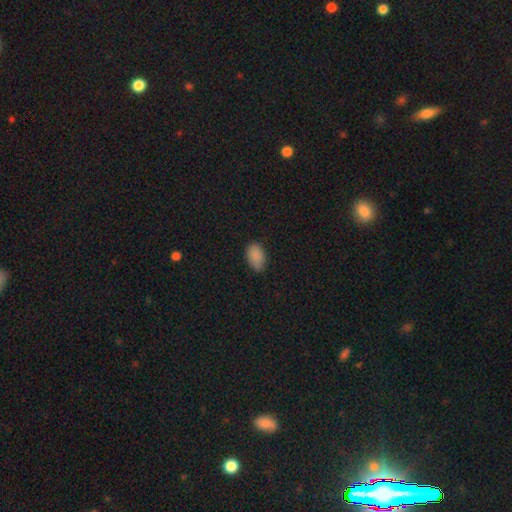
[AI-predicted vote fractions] This appears to be a smooth galaxy with no disk features (88%) that is in between round and cigar-shaped (91%). Merging: none (76%).